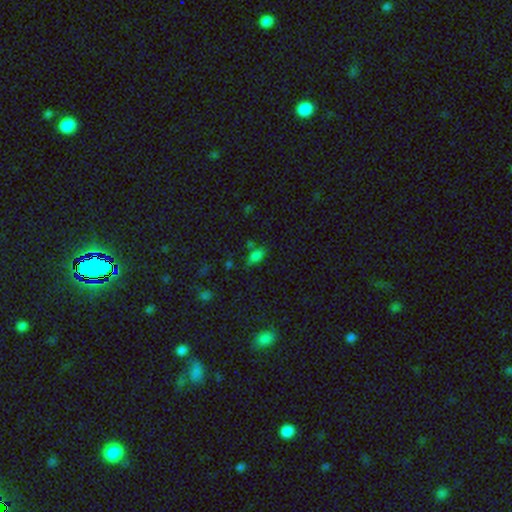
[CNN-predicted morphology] Smooth or featured: smooth — 71% (star or artifact — 22%)
How rounded: in between — 86% (round — 7%)
Merging: none — 60% (minor disturbance — 20%)